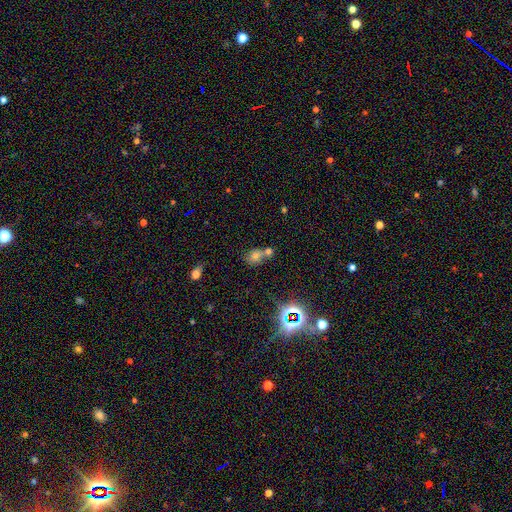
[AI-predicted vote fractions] This is likely a smooth galaxy (62%). How rounded: possibly round (56%). Merging: possibly merger (52%).